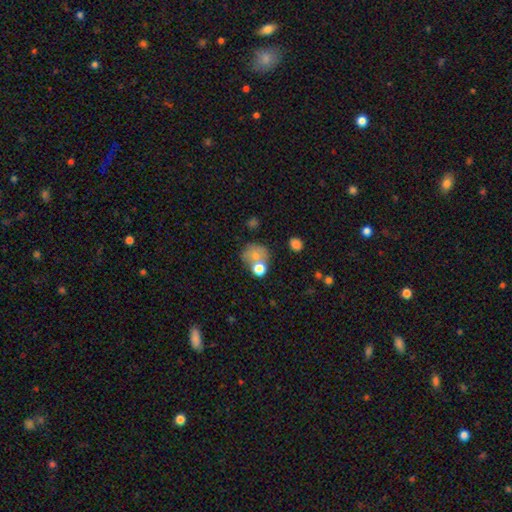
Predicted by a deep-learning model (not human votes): The model was most divided on "merging": none: 42%, merger: 37%, minor disturbance: 13%, major disturbance: 8%. More confident: how rounded — round (72%); smooth or featured — smooth (70%).